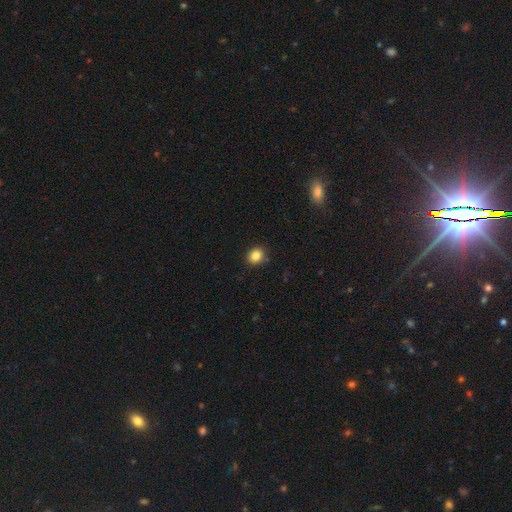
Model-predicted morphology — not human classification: Q: Smooth or featured?
A: smooth (85%); runner-up: star or artifact (10%)
Q: How rounded?
A: round (67%); runner-up: in between (32%)
Q: Merging?
A: none (85%); runner-up: minor disturbance (11%)